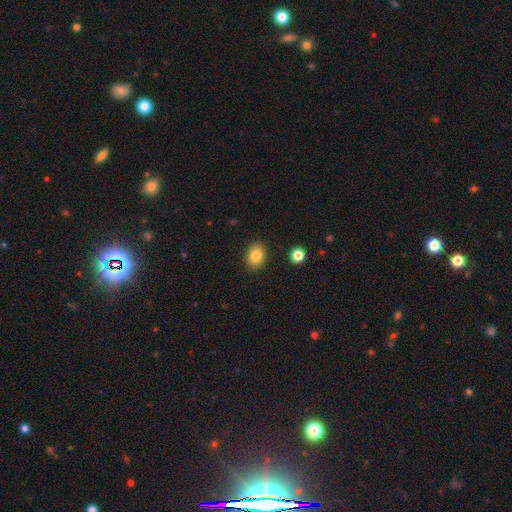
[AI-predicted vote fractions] Overall: smooth (84%). How rounded: in between (64%; round 35%). Merging: none (89%).